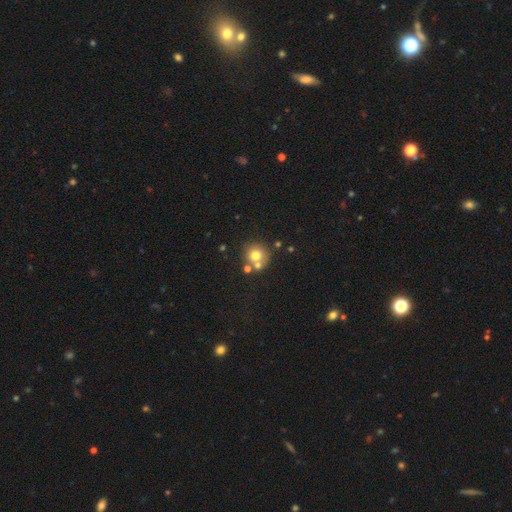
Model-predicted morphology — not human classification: smooth 71%, featured or disk 16%, star or artifact 13%. Down the decision tree: how rounded — round (90%); merging — none (61%).